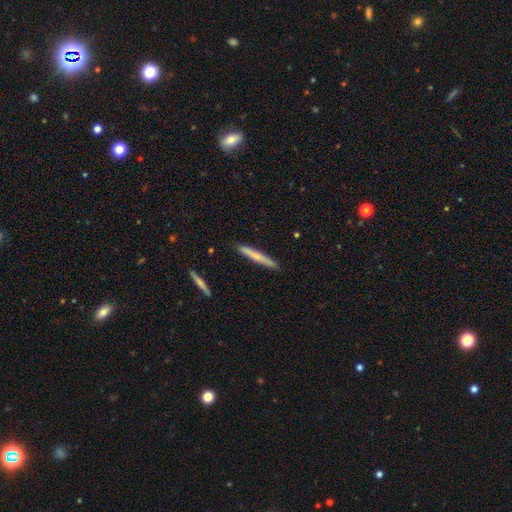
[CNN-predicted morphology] Smooth or featured? smooth (62%)
How rounded? cigar-shaped (96%)
Merging? none (89%)